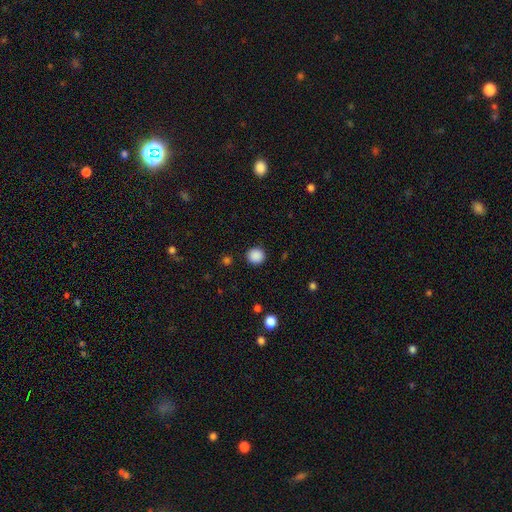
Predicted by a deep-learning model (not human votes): The model was most divided on "smooth or featured": smooth: 88%, star or artifact: 10%, featured or disk: 2%. More confident: merging — none (90%); how rounded — round (90%).